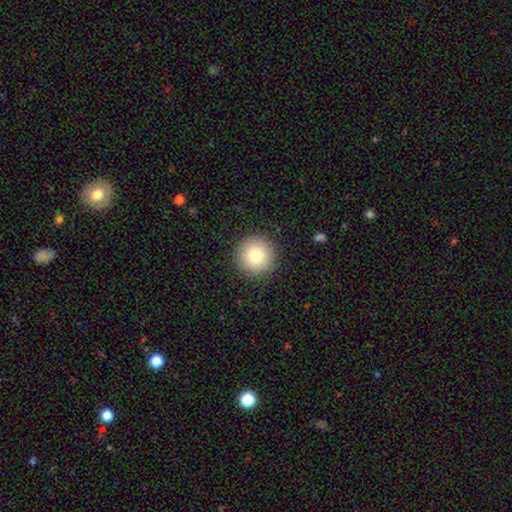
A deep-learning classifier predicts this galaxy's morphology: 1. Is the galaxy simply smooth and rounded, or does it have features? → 80% smooth, 10% star or artifact, 10% featured or disk.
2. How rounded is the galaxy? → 96% round, 3% in between, 1% cigar-shaped.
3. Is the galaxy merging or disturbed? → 92% none, 5% minor disturbance, 2% major disturbance, 1% merger.